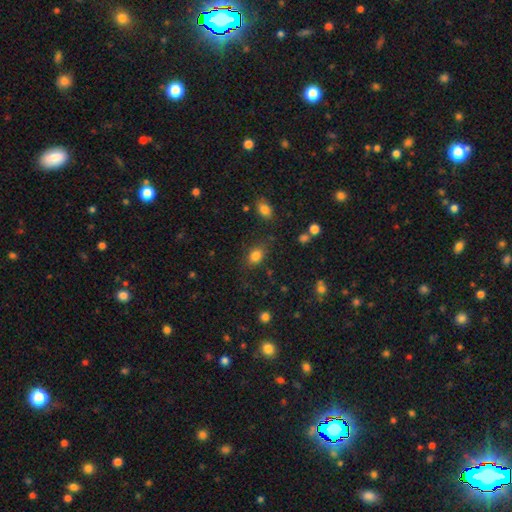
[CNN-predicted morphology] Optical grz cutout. It shows a smooth galaxy with no disk features (81%) that is in between round and cigar-shaped (72%). Merging: none (76%).